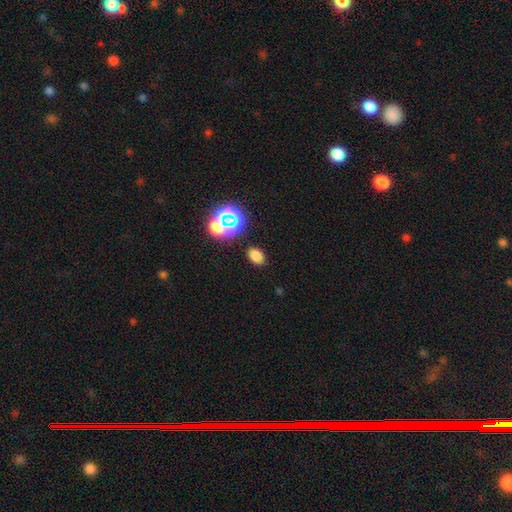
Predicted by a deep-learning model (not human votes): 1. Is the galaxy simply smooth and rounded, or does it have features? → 75% smooth, 19% star or artifact, 6% featured or disk.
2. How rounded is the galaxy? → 79% in between, 20% round, 1% cigar-shaped.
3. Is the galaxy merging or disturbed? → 85% none, 9% minor disturbance, 3% major disturbance, 3% merger.